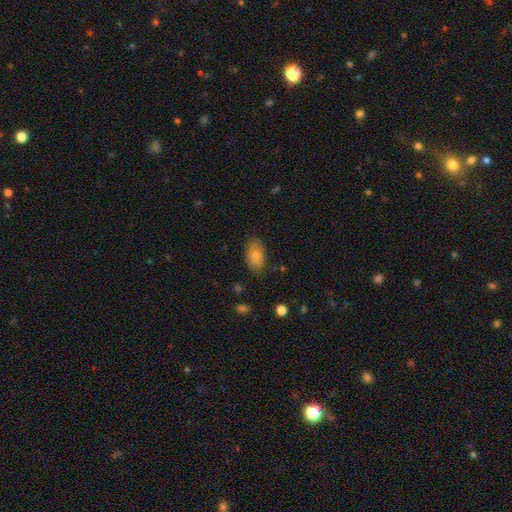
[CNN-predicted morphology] This is likely a smooth galaxy (78%). How rounded: clearly in between (92%). Merging: likely none (78%).